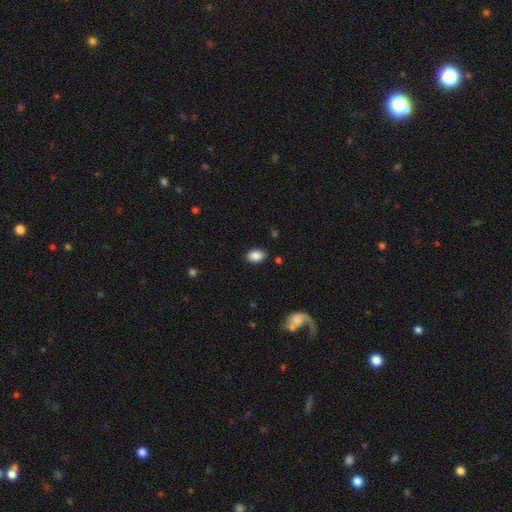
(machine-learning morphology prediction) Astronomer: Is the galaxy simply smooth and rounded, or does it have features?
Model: smooth — 87%.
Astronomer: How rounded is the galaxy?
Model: in between — 87%.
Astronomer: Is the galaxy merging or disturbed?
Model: none — 87%.